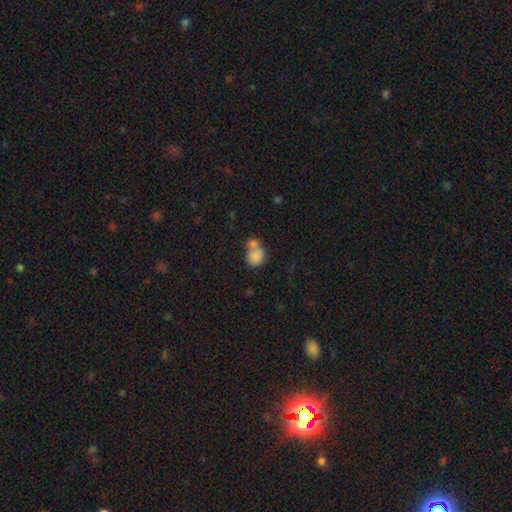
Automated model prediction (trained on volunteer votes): This appears to be a smooth galaxy with no disk features (82%) that is round (73%). Merging: merger (51%).